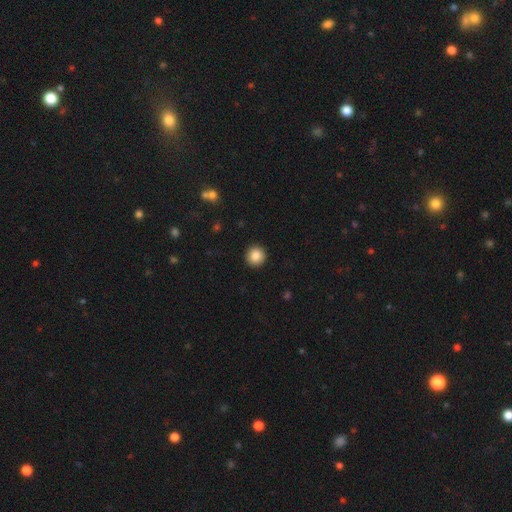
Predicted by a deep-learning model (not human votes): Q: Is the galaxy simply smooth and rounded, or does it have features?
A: smooth — 87%.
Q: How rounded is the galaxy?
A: round — 94%.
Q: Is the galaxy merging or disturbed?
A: none — 93%.